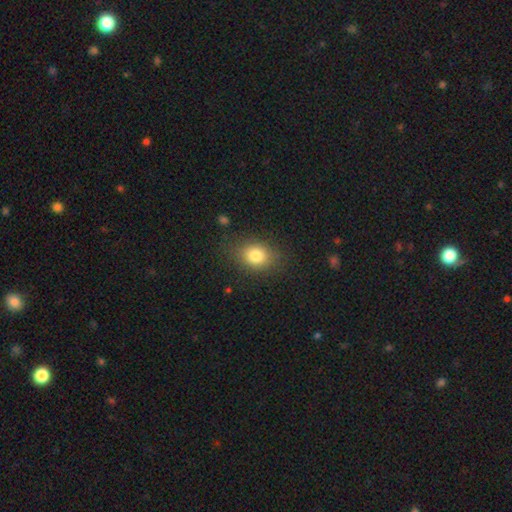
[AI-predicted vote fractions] smooth 81%, star or artifact 11%, featured or disk 8%. Down the decision tree: how rounded — round (49%, tied with in between); merging — none (80%).